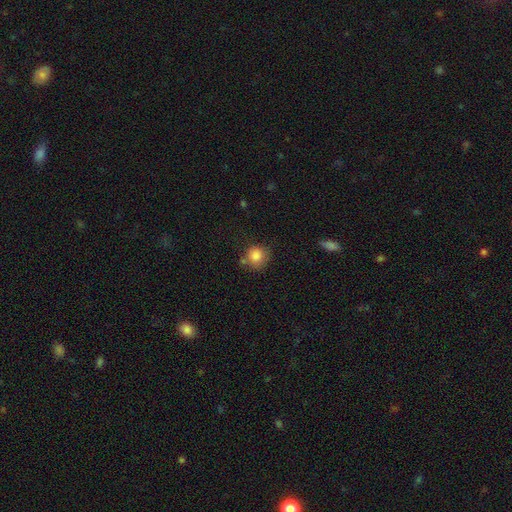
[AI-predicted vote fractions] A smooth galaxy with no disk features (85%) that is round (87%). Merging: none (66%).